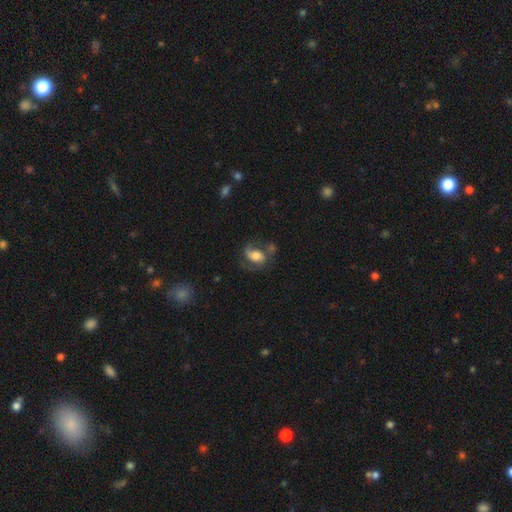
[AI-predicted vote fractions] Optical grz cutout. It shows a featured or disk galaxy (64%) with no bar (43%), 2 (82%) medium (51%) spiral arms (88%) and a moderate central bulge (48%). Merging: none (50%).